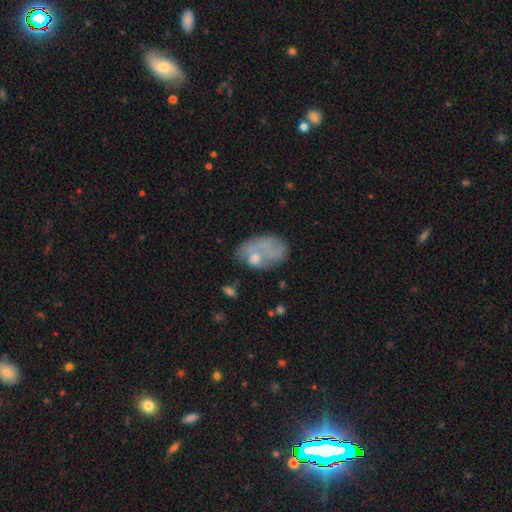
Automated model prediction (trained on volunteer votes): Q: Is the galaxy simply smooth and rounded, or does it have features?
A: smooth — 48%.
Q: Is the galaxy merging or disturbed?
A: none — 41%.